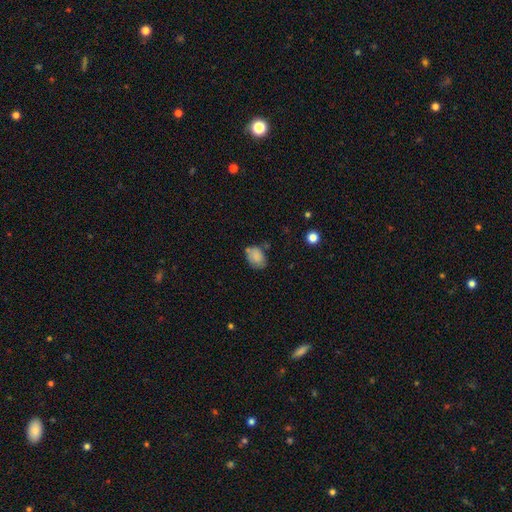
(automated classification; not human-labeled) Q: Smooth or featured?
A: smooth (83%); runner-up: star or artifact (9%)
Q: How rounded?
A: in between (74%); runner-up: round (25%)
Q: Merging?
A: none (61%); runner-up: minor disturbance (24%)